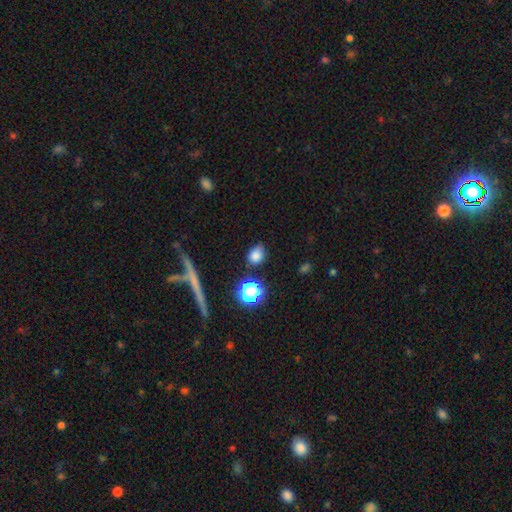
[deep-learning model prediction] Smooth or featured? smooth (79%)
How rounded? in between (54%)
Merging? none (76%)